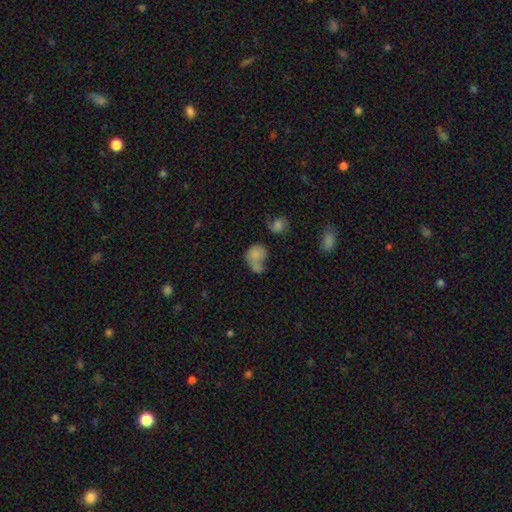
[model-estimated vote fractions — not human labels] This appears to be a smooth galaxy with no disk features (70%) that is in between round and cigar-shaped (52%). Merging: merger (35%).